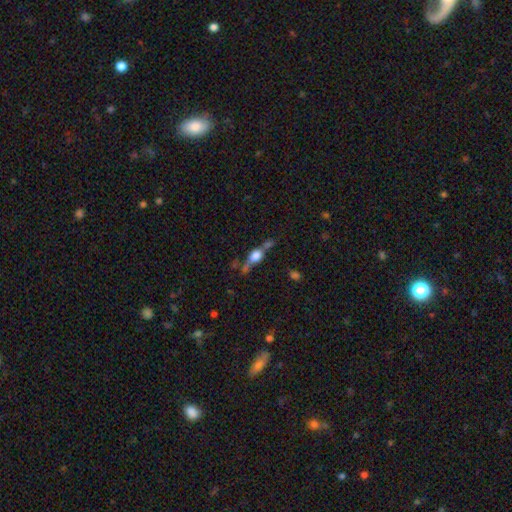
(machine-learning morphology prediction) type=featured or disk (51%); edge-on=yes (83%); merging=none (51%).